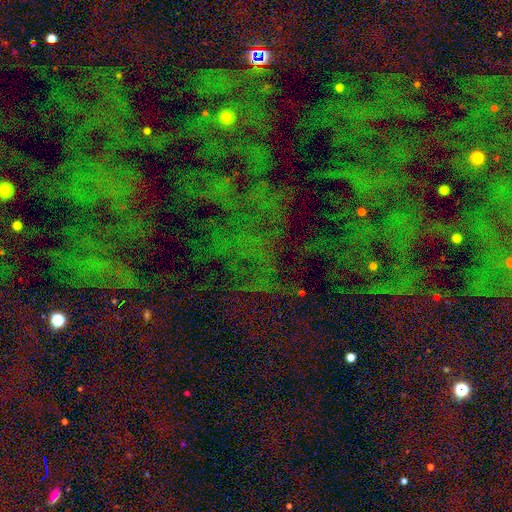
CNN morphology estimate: Smooth or featured? Predicted: star or artifact (p=0.81).